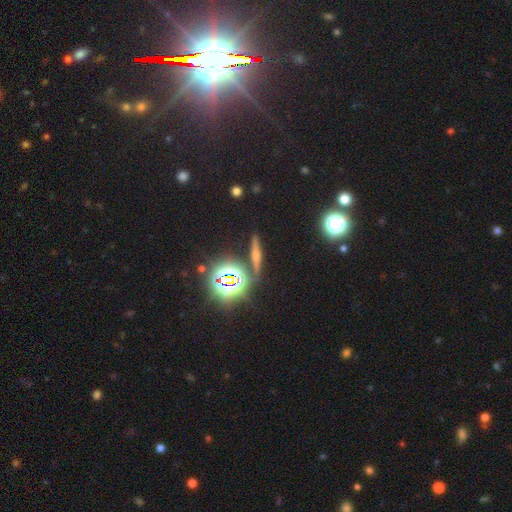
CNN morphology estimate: Smooth or featured?
  - featured or disk: 34% * (tied)
  - star or artifact: 34% * (tied)
  - smooth: 33%
Merging?
  - none: 82% *
  - minor disturbance: 9%
  - merger: 5%
  - major disturbance: 3%